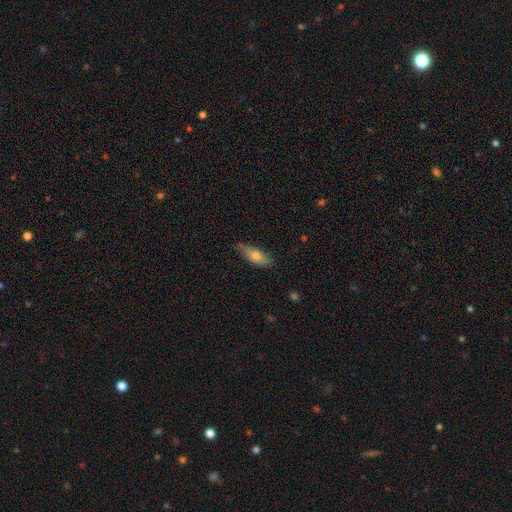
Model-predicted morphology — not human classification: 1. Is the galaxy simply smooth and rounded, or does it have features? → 71% smooth, 22% featured or disk, 7% star or artifact.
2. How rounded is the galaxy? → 73% in between, 24% cigar-shaped, 3% round.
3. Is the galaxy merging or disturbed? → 75% none, 20% minor disturbance, 3% major disturbance, 2% merger.